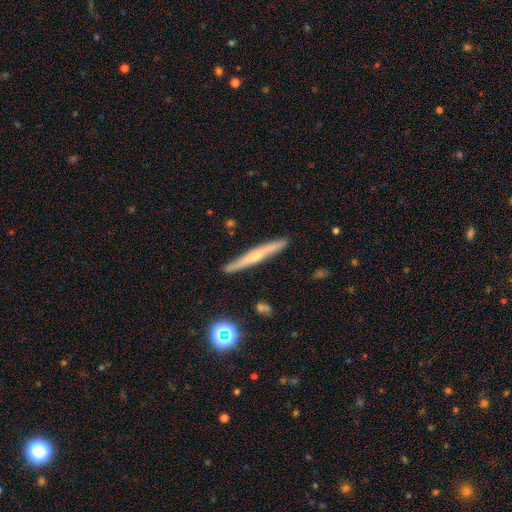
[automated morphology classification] Smooth or featured?
  - featured or disk: 57% *
  - smooth: 36%
  - star or artifact: 8%
Edge-on disk?
  - yes: 95% *
  - no: 5%
Edge-on bulge?
  - rounded: 61% *
  - none: 32%
  - boxy: 7%
Merging?
  - none: 89% *
  - minor disturbance: 8%
  - merger: 2%
  - major disturbance: 2%